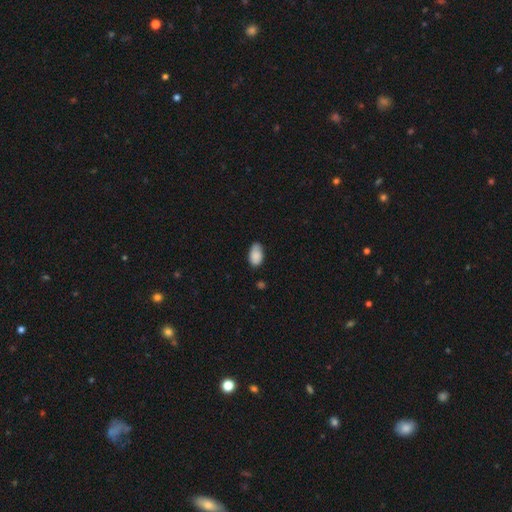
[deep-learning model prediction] smooth-or-featured: smooth: 85% | featured or disk: 7% | star or artifact: 7%
  how-rounded: in between: 93% | round: 6% | cigar-shaped: 2%
  merging: none: 68% | minor disturbance: 27% | major disturbance: 4% | merger: 2%